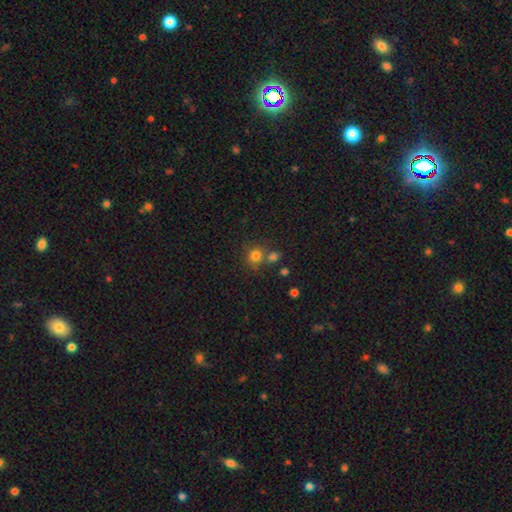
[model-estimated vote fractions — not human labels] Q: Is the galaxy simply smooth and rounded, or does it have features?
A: smooth — 78%.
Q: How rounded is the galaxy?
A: round — 82%.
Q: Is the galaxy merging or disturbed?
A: none — 60%.